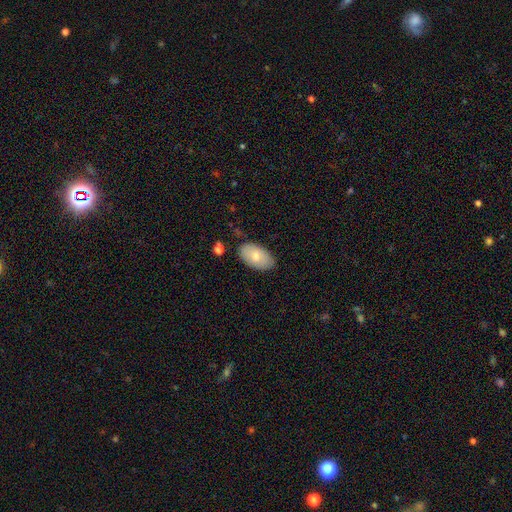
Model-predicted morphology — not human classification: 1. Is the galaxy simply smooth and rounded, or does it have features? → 76% smooth, 18% featured or disk, 6% star or artifact.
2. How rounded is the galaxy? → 95% in between, 4% round, 1% cigar-shaped.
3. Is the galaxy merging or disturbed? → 82% none, 14% minor disturbance, 3% major disturbance, 2% merger.